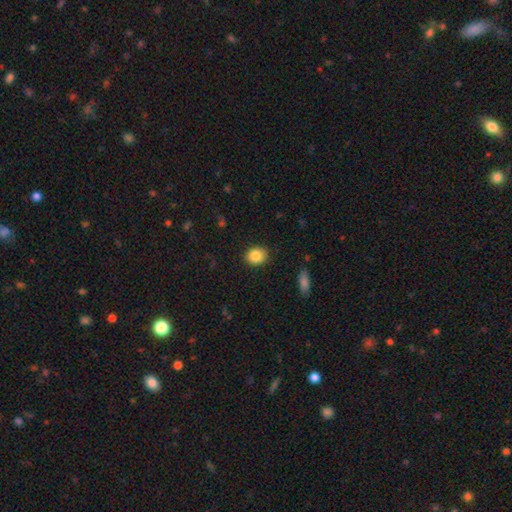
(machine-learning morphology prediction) Q: Smooth or featured?
A: smooth (86%); runner-up: star or artifact (8%)
Q: How rounded?
A: round (63%); runner-up: in between (36%)
Q: Merging?
A: none (87%); runner-up: minor disturbance (9%)